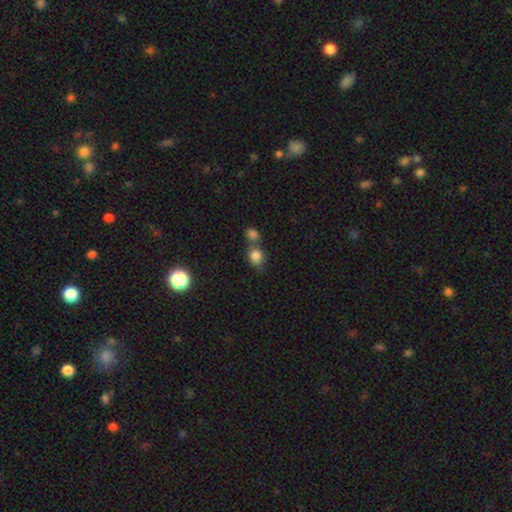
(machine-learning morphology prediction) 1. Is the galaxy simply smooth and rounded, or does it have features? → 83% smooth, 10% star or artifact, 7% featured or disk.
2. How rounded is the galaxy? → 62% round, 37% in between, 1% cigar-shaped.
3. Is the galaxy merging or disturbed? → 44% merger, 43% none, 10% minor disturbance, 4% major disturbance.